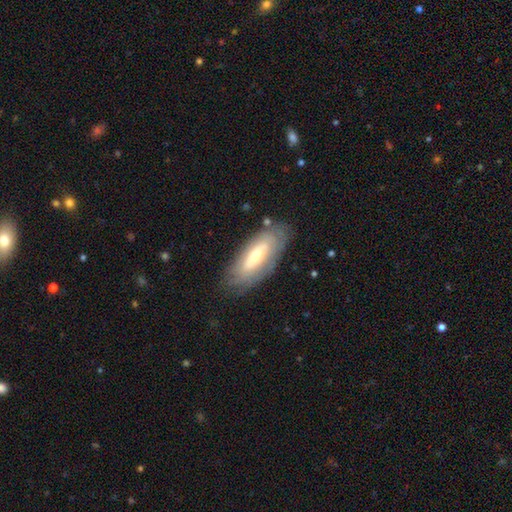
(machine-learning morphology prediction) Q: Smooth or featured?
A: featured or disk (51%); runner-up: smooth (42%)
Q: Edge-on disk?
A: no (75%); runner-up: yes (25%)
Q: Merging?
A: none (77%); runner-up: minor disturbance (16%)